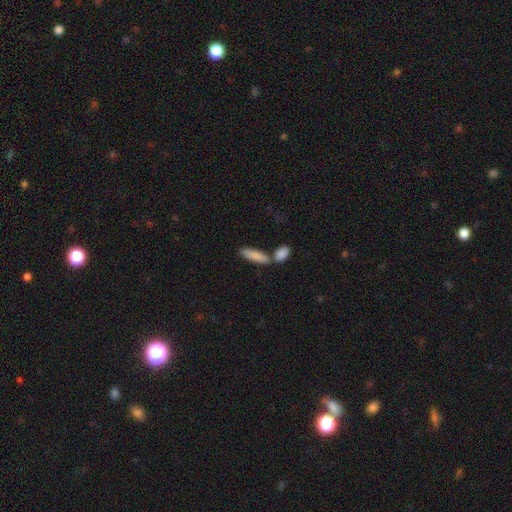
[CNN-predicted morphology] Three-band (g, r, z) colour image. It shows a smooth galaxy with no disk features (85%) that is cigar-shaped (53%). Merging: none (61%).